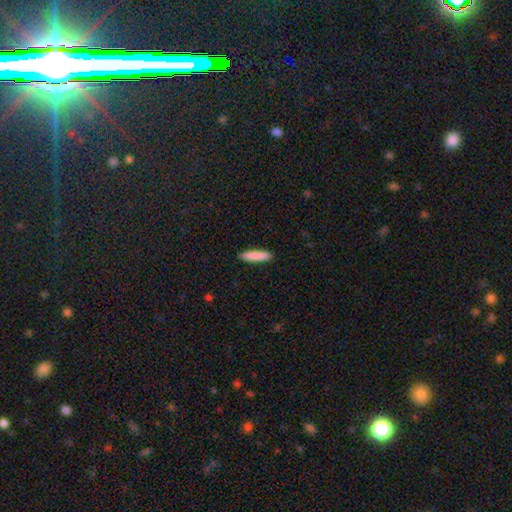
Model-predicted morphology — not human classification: Smooth or featured?
  - smooth: 87% *
  - featured or disk: 7%
  - star or artifact: 6%
How rounded?
  - cigar-shaped: 85% *
  - in between: 14%
  - round: 1%
Merging?
  - none: 90% *
  - minor disturbance: 7%
  - major disturbance: 2%
  - merger: 1%